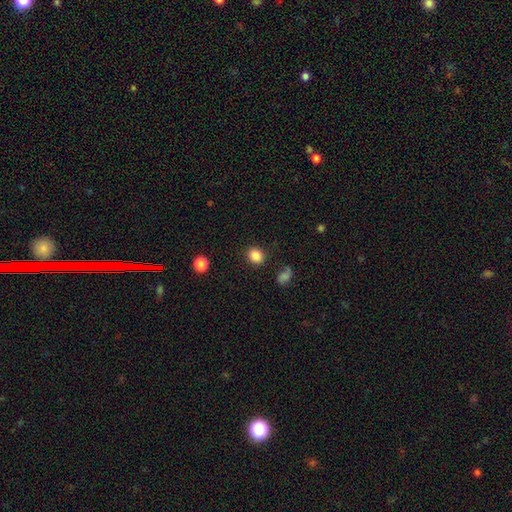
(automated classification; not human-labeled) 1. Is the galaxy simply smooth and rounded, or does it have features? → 86% smooth, 10% star or artifact, 4% featured or disk.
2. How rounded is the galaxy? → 66% round, 33% in between, 1% cigar-shaped.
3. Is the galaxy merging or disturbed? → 86% none, 8% minor disturbance, 3% major disturbance, 2% merger.